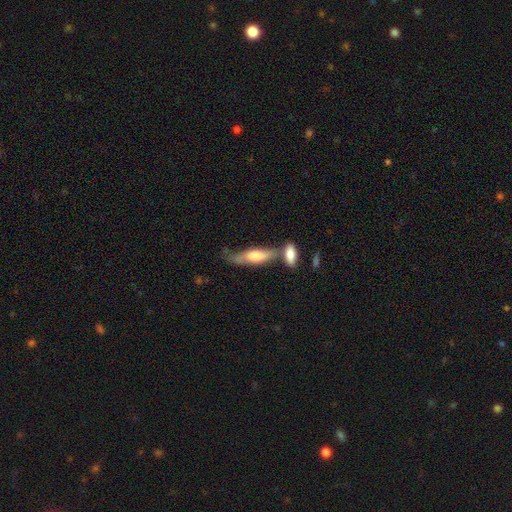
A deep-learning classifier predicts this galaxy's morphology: Smooth or featured? smooth (56%)
How rounded? cigar-shaped (60%)
Merging? none (43%)